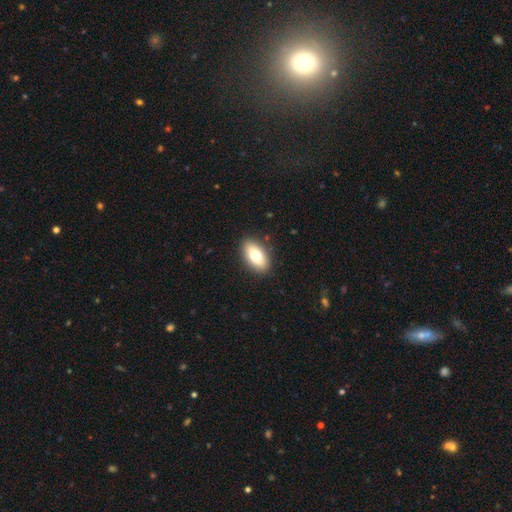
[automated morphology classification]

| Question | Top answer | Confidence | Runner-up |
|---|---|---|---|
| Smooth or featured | smooth | 73% | featured or disk (19%) |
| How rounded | in between | 91% | round (6%) |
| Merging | none | 88% | minor disturbance (8%) |